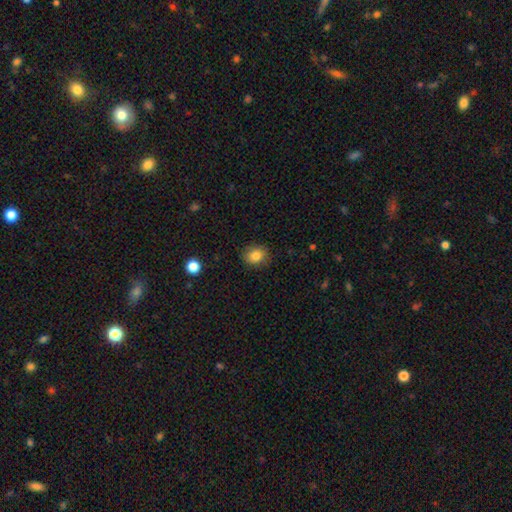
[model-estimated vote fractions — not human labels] smooth_or_featured: smooth (p=0.83) [alt: star or artifact p=0.10]
how_rounded: round (p=0.64) [alt: in between p=0.35]
merging: none (p=0.87) [alt: minor disturbance p=0.10]